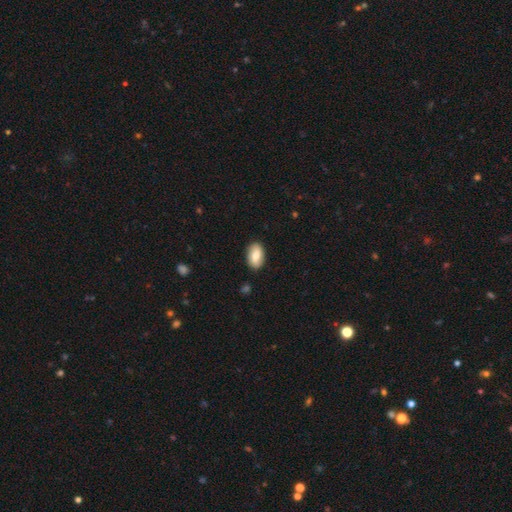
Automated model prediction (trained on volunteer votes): Overall: smooth (77%). How rounded: in between (93%). Merging: none (86%).